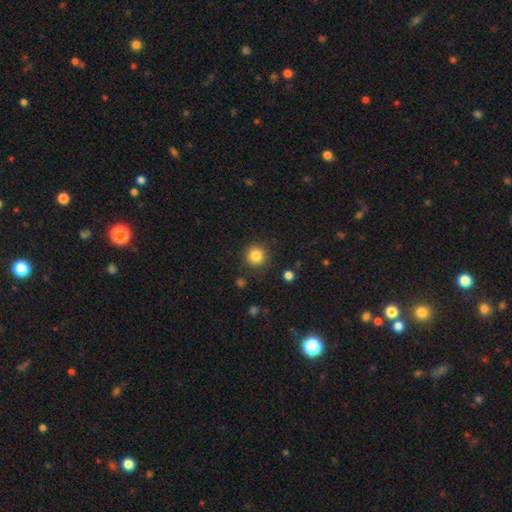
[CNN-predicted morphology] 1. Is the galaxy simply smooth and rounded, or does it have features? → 84% smooth, 11% star or artifact, 5% featured or disk.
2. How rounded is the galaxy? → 94% round, 5% in between, 1% cigar-shaped.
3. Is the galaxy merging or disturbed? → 89% none, 7% minor disturbance, 3% major disturbance, 2% merger.